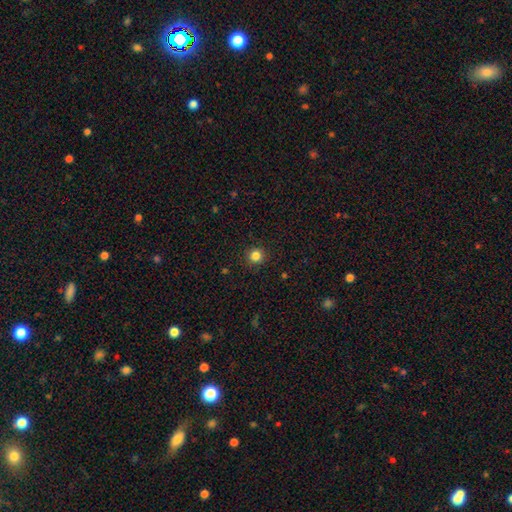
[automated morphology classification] A smooth galaxy with no disk features (84%) that is round (93%).

Vote fractions:
- Smooth or featured? smooth: 84% / star or artifact: 12% / featured or disk: 4%
- How rounded? round: 93% / in between: 6% / cigar-shaped: 1%
- Merging? none: 92% / minor disturbance: 6% / major disturbance: 2% / merger: 1%